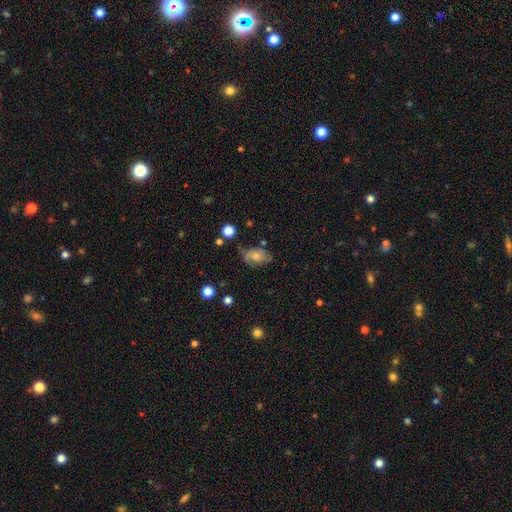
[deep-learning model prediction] smooth 58%, featured or disk 32%, star or artifact 10%. Down the decision tree: how rounded — in between (85%); merging — none (55%).